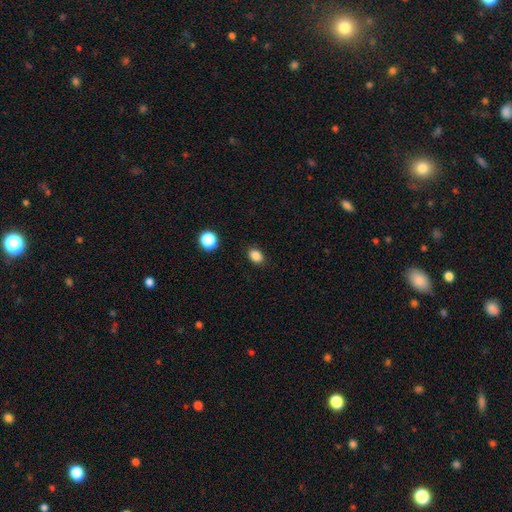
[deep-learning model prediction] A smooth galaxy with no disk features (86%) that is in between round and cigar-shaped (74%).

Vote fractions:
- Smooth or featured? smooth: 86% / star or artifact: 10% / featured or disk: 4%
- How rounded? in between: 74% / round: 25% / cigar-shaped: 1%
- Merging? none: 87% / minor disturbance: 9% / major disturbance: 2% / merger: 1%